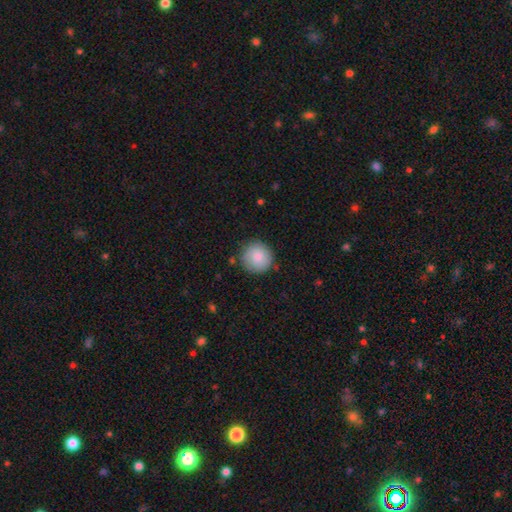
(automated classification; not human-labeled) The model was most divided on "merging": none: 85%, minor disturbance: 11%, major disturbance: 2%, merger: 2%. More confident: how rounded — round (95%); smooth or featured — smooth (84%).